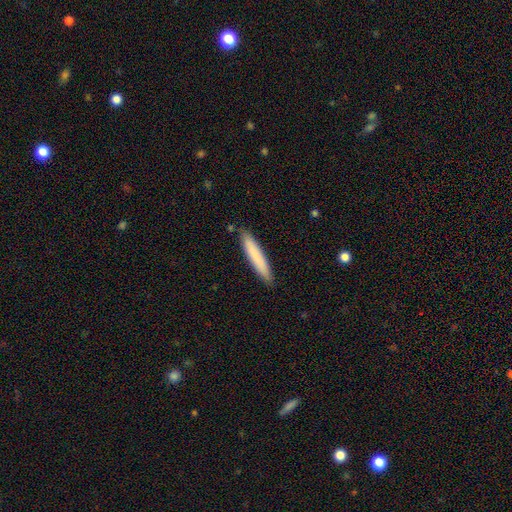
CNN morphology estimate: This appears to be a smooth galaxy with no disk features (81%) that is cigar-shaped (92%). Merging: none (89%).